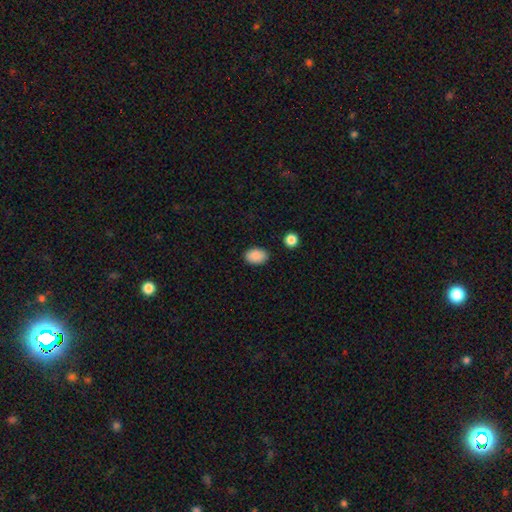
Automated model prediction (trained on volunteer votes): A smooth galaxy with no disk features (89%) that is in between round and cigar-shaped (85%).

Vote fractions:
- Smooth or featured? smooth: 89% / star or artifact: 8% / featured or disk: 4%
- How rounded? in between: 85% / round: 14% / cigar-shaped: 1%
- Merging? none: 84% / minor disturbance: 11% / major disturbance: 2% / merger: 2%